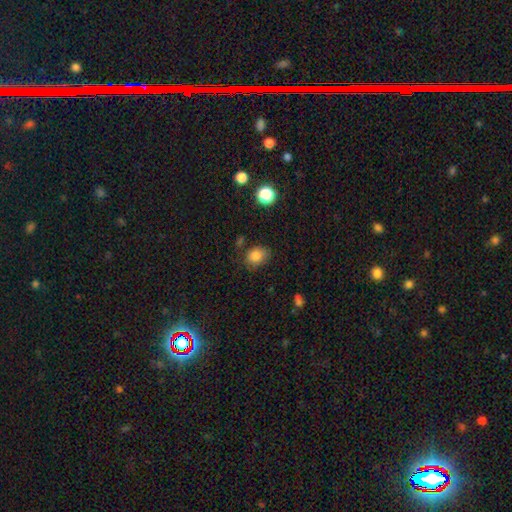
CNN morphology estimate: Overall: smooth (83%). How rounded: in between (57%; round 42%). Merging: none (68%).